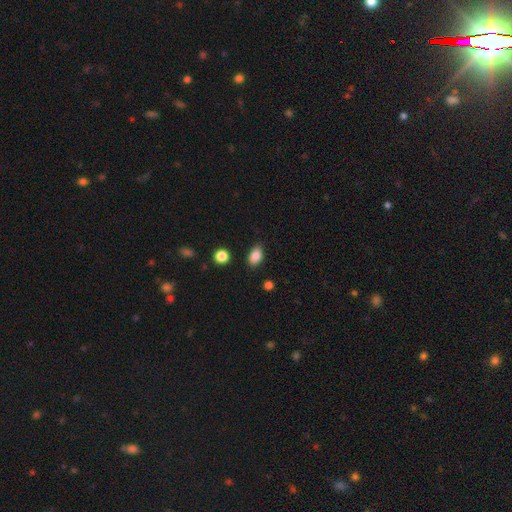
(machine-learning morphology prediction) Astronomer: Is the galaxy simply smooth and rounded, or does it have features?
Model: smooth — 85%.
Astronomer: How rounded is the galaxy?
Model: in between — 85%.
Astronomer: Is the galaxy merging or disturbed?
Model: none — 82%.